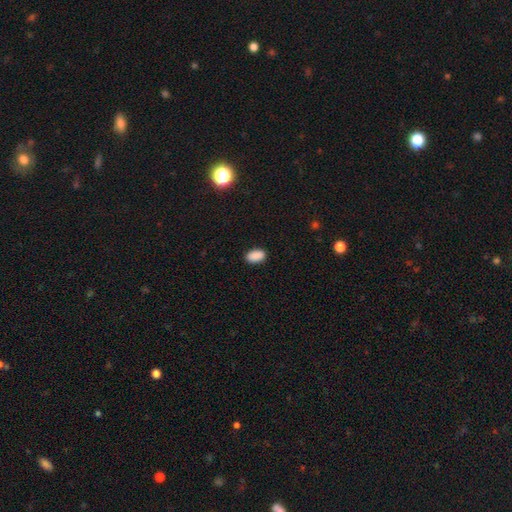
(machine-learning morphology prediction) type=smooth (90%); roundness=in between (92%); merging=none (88%).